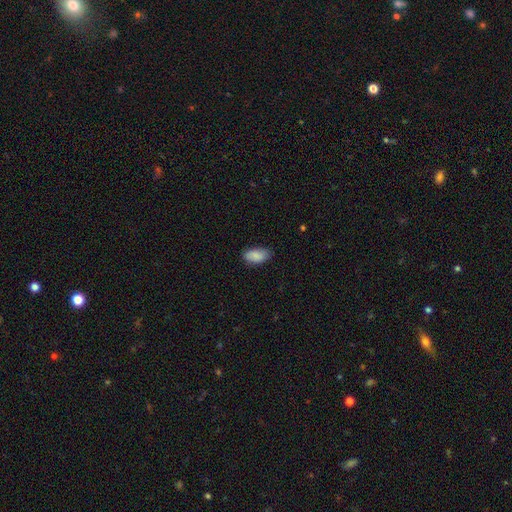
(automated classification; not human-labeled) A smooth galaxy with no disk features (87%) that is in between round and cigar-shaped (93%). Merging: none (78%).